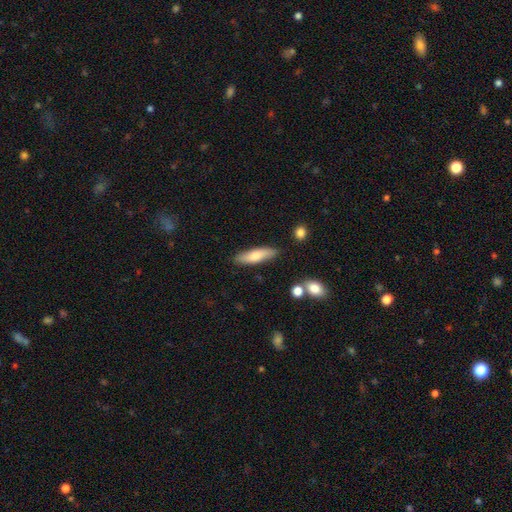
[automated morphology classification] A smooth galaxy with no disk features (72%) that is cigar-shaped (64%). Merging: none (84%).